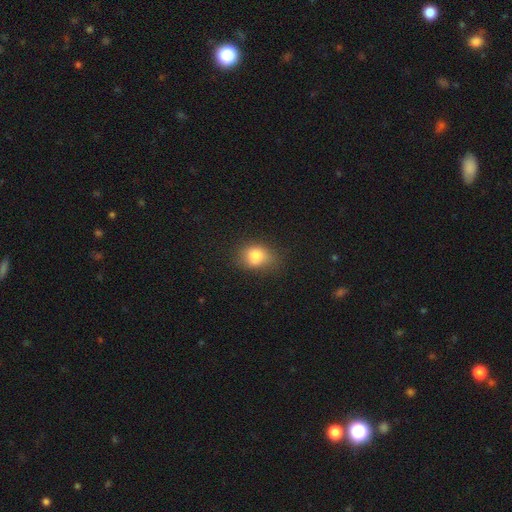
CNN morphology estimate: A smooth galaxy with no disk features (78%) that is in between round and cigar-shaped (52%).

Vote fractions:
- Smooth or featured? smooth: 78% / featured or disk: 11% / star or artifact: 11%
- How rounded? in between: 52% / round: 47% / cigar-shaped: 1%
- Merging? none: 57% / minor disturbance: 29% / major disturbance: 10% / merger: 3%